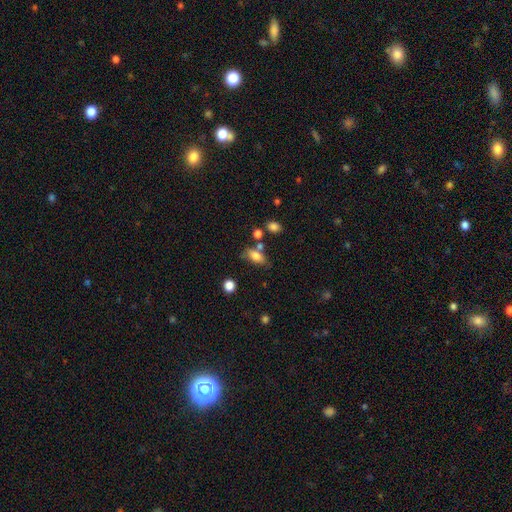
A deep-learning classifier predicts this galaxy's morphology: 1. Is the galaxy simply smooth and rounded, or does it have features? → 77% smooth, 13% featured or disk, 10% star or artifact.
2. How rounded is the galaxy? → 83% in between, 9% round, 8% cigar-shaped.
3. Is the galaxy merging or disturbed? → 56% none, 22% minor disturbance, 15% merger, 8% major disturbance.